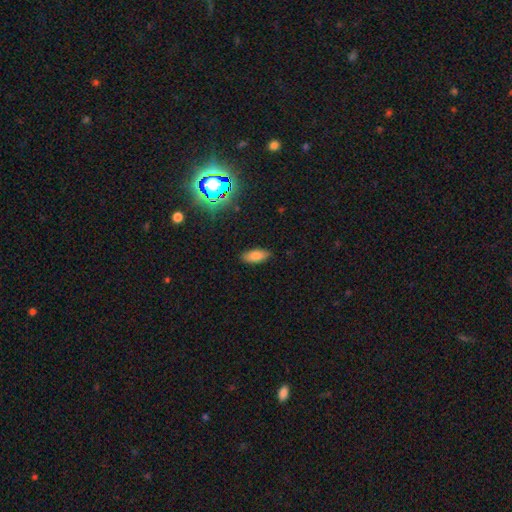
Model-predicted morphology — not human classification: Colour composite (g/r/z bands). It shows a smooth galaxy with no disk features (80%) that is in between round and cigar-shaped (83%). Merging: none (87%).